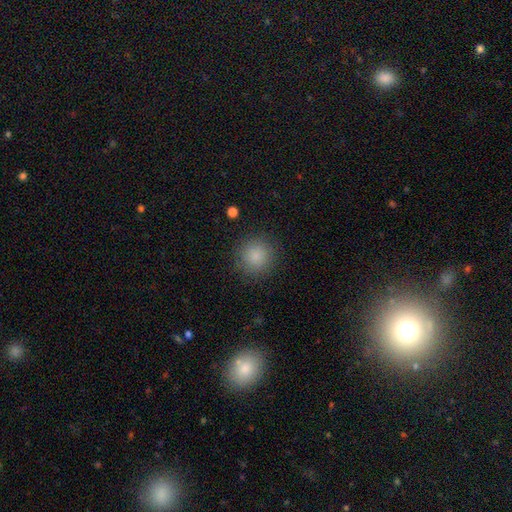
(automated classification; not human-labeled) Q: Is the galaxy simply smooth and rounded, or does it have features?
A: smooth — 86%.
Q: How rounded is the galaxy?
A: round — 93%.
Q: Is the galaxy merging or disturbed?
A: none — 88%.